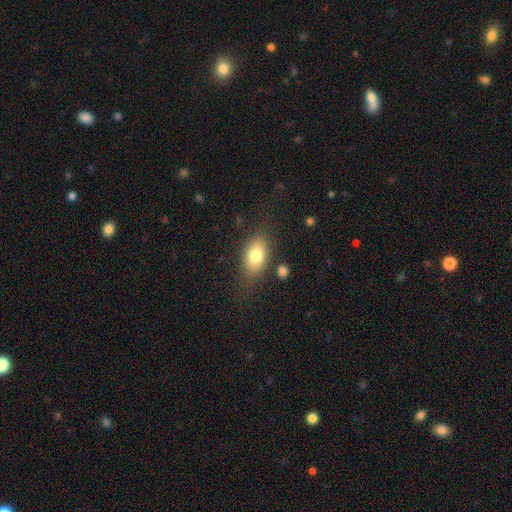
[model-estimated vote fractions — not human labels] Smooth or featured: smooth — 78% (featured or disk — 14%)
How rounded: in between — 87% (round — 10%)
Merging: none — 74% (minor disturbance — 16%)